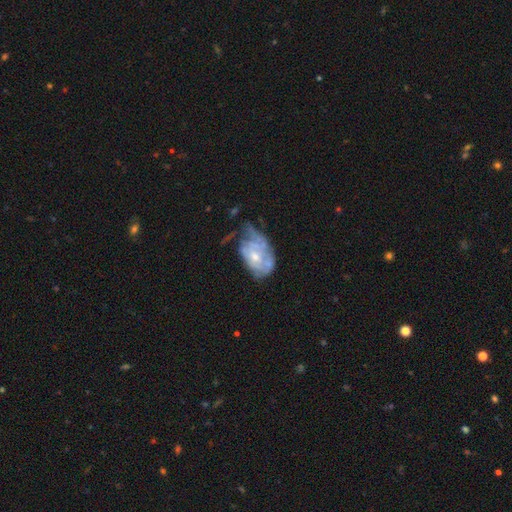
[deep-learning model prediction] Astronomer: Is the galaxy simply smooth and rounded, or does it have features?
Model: featured or disk — 67%.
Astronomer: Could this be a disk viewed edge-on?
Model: no — 96%.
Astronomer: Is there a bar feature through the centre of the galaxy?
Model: no — 77%.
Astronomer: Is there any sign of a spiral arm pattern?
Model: yes — 56% (runner-up: no, 44%).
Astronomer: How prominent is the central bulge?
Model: small — 51% (runner-up: moderate, 43%).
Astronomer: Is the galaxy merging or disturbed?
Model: major disturbance — 37% (runner-up: minor disturbance, 30%).